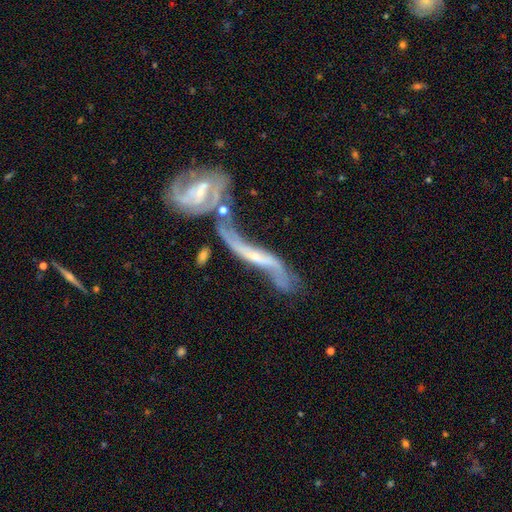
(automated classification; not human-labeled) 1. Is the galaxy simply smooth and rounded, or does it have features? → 77% featured or disk, 14% smooth, 9% star or artifact.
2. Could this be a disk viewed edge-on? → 63% no, 37% yes.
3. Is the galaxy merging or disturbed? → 45% merger, 25% none, 15% major disturbance, 14% minor disturbance.